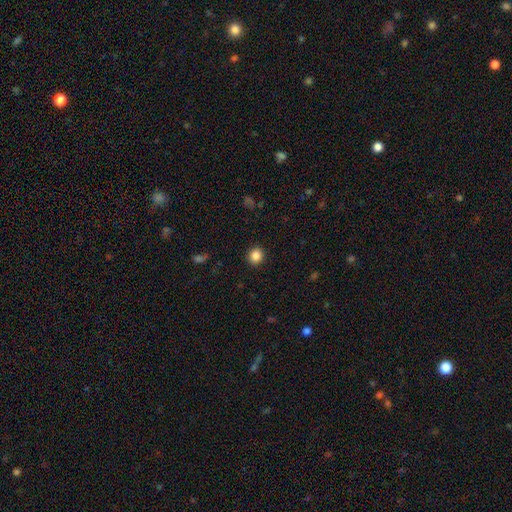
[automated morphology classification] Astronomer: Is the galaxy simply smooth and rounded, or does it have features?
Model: smooth — 86%.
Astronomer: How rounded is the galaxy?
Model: round — 90%.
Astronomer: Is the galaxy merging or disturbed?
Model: none — 92%.